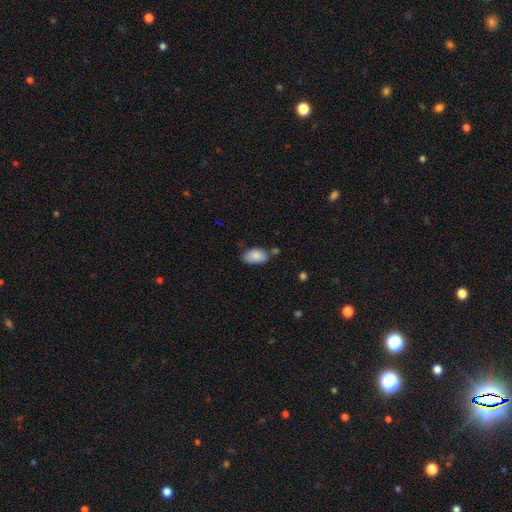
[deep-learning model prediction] Smooth or featured?
  - smooth: 85% *
  - featured or disk: 8%
  - star or artifact: 7%
How rounded?
  - in between: 93% *
  - round: 5%
  - cigar-shaped: 2%
Merging?
  - none: 60% *
  - minor disturbance: 26%
  - merger: 8%
  - major disturbance: 5%